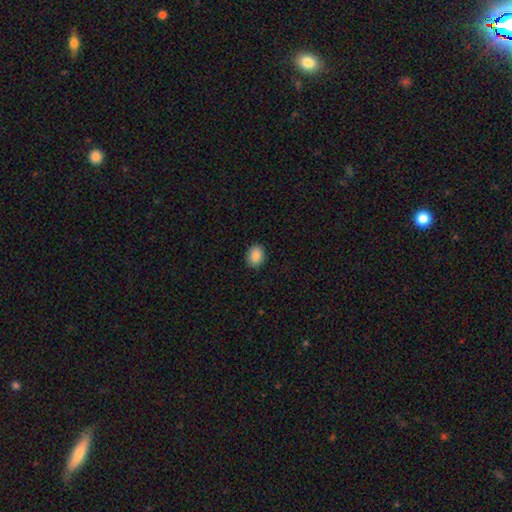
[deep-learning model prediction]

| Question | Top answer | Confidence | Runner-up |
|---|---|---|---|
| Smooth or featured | smooth | 89% | star or artifact (8%) |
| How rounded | in between | 56% | round (43%) |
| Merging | none | 90% | minor disturbance (7%) |